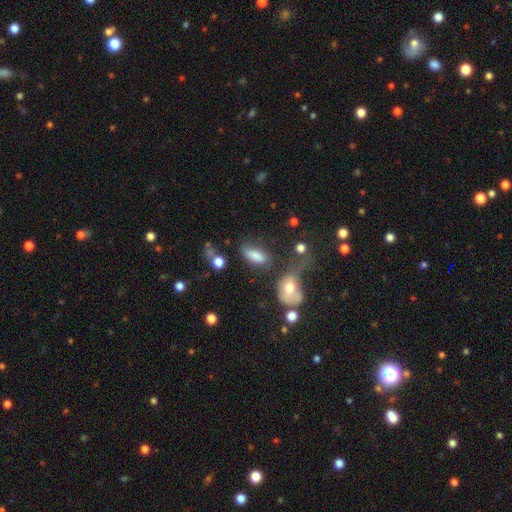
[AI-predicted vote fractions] This is clearly a smooth galaxy (80%). How rounded: likely in between (79%). Merging: possibly none (45%).